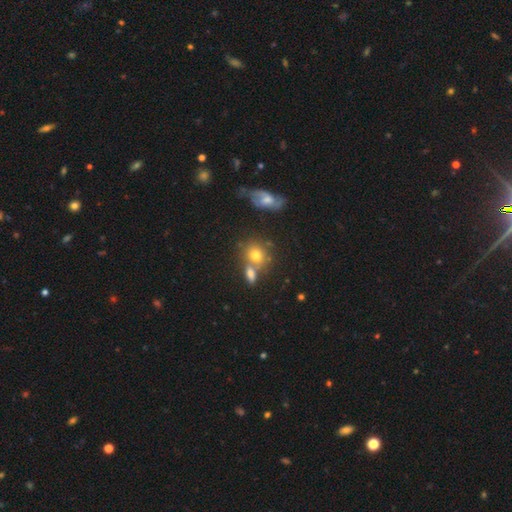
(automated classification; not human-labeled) This appears to be a smooth galaxy with no disk features (68%) that is round (62%). Merging: none (47%).